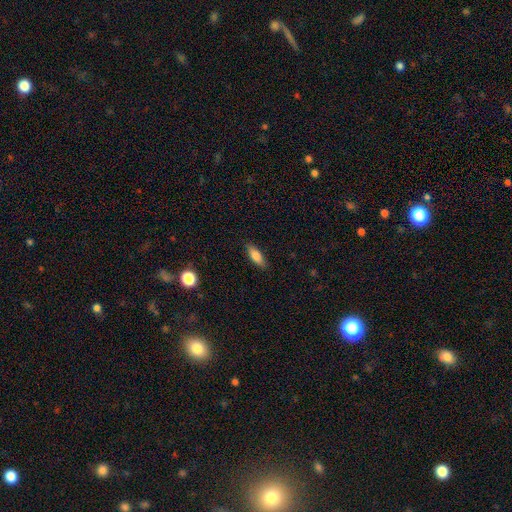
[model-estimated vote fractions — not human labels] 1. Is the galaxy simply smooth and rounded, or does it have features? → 78% smooth, 15% featured or disk, 7% star or artifact.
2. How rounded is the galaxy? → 60% in between, 37% cigar-shaped, 3% round.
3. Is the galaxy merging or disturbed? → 86% none, 11% minor disturbance, 2% major disturbance, 1% merger.